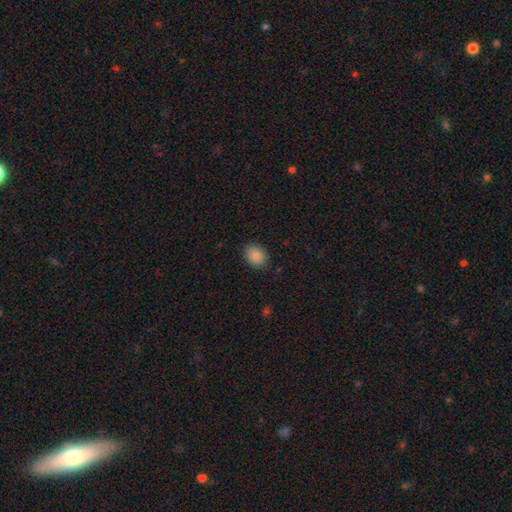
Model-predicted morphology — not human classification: Smooth or featured?
  - smooth: 88% *
  - star or artifact: 9%
  - featured or disk: 4%
How rounded?
  - in between: 55% *
  - round: 44%
  - cigar-shaped: 1%
Merging?
  - none: 86% *
  - minor disturbance: 11%
  - major disturbance: 3%
  - merger: 1%